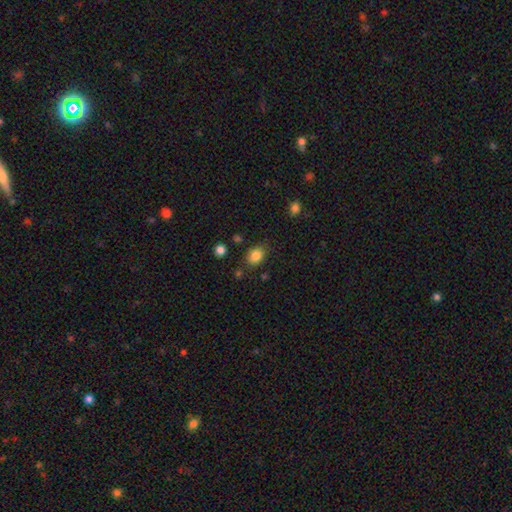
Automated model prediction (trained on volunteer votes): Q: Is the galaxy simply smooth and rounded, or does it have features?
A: smooth — 85%.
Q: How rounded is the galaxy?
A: in between — 63%.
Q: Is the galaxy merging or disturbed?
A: none — 78%.